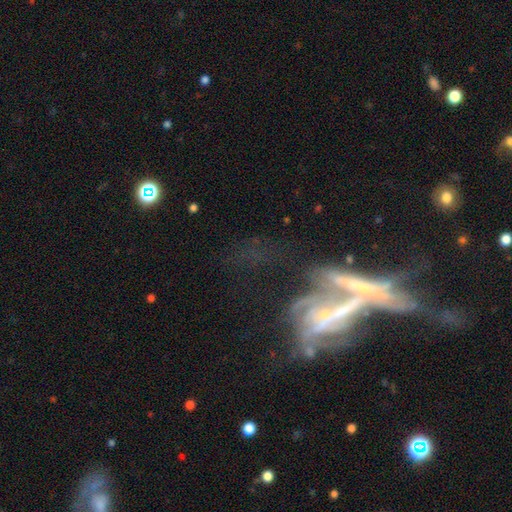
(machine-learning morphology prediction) Overall: featured or disk (63%). Edge-on disk: no (73%). Merging: merger (62%).